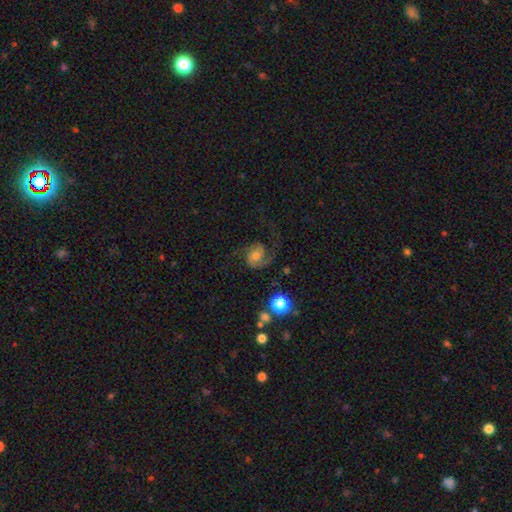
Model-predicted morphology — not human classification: Smooth or featured?
  - featured or disk: 75% *
  - smooth: 17%
  - star or artifact: 9%
Edge-on disk?
  - no: 98% *
  - yes: 2%
Bar?
  - no: 60% *
  - weak: 33%
  - strong: 7%
Spiral arms?
  - yes: 95% *
  - no: 5%
Spiral winding?
  - medium: 48% *
  - loose: 34%
  - tight: 18%
Spiral arm count?
  - 2: 66% *
  - 1: 26%
  - can't tell: 4%
  - 3: 2%
  - 4: 1%
  - more than 4: 1%
Bulge size?
  - moderate: 52% *
  - small: 32%
  - large: 9%
  - none: 5%
  - dominant: 2%
Merging?
  - none: 54% *
  - major disturbance: 26%
  - minor disturbance: 17%
  - merger: 2%